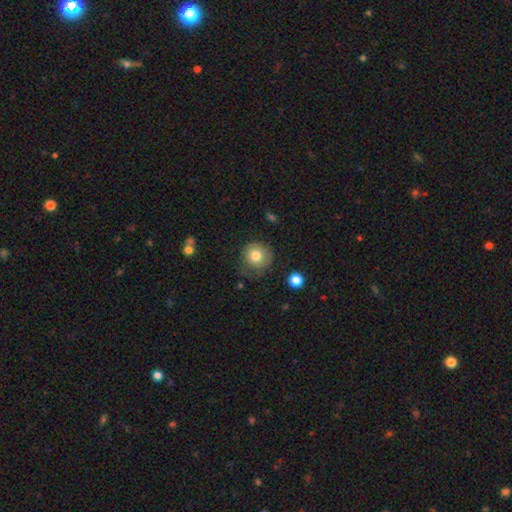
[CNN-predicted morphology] Smooth or featured? smooth (79%)
How rounded? round (92%)
Merging? none (73%)